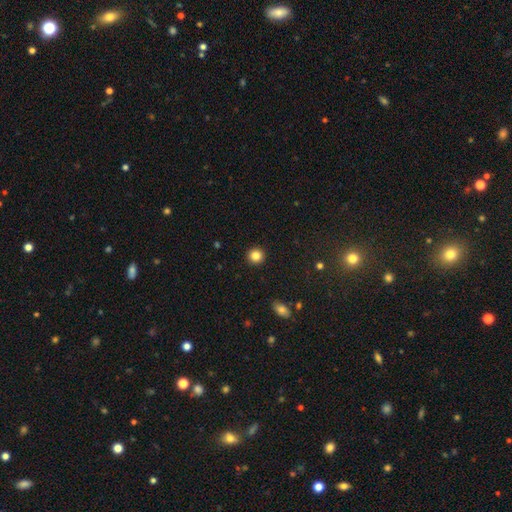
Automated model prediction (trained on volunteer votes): Q: Smooth or featured?
A: smooth (85%); runner-up: star or artifact (11%)
Q: How rounded?
A: round (93%); runner-up: in between (6%)
Q: Merging?
A: none (93%); runner-up: minor disturbance (5%)